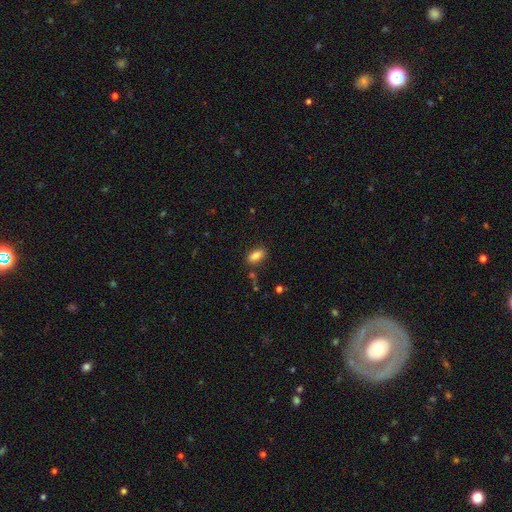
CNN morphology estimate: smooth 84%, star or artifact 9%, featured or disk 7%. Down the decision tree: how rounded — in between (88%); merging — none (81%).